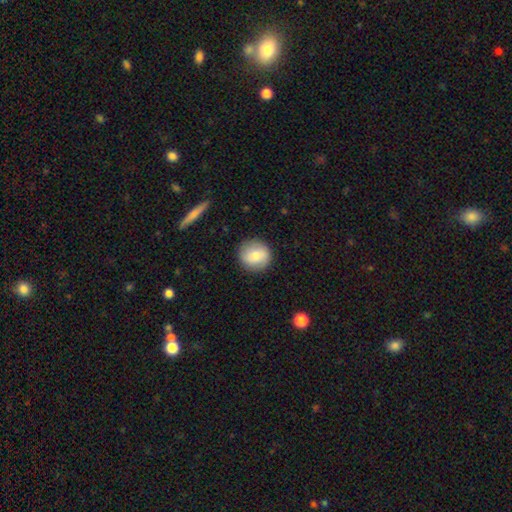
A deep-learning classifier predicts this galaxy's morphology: Smooth or featured? Predicted: smooth (p=0.73). How rounded? Predicted: round (p=0.92). Merging? Predicted: none (p=0.88).